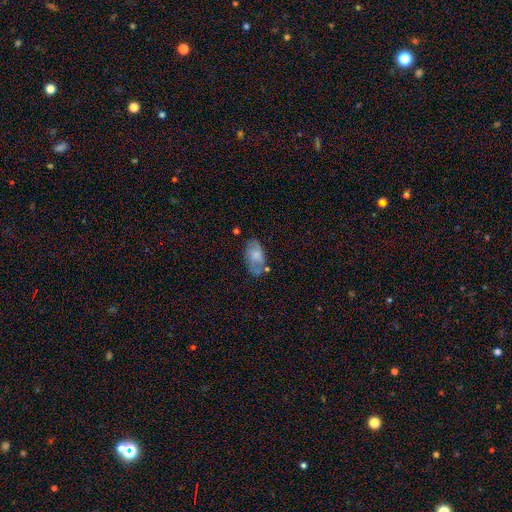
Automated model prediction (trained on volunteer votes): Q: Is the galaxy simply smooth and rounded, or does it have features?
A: smooth — 66%.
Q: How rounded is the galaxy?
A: in between — 93%.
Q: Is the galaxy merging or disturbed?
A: none — 58%.